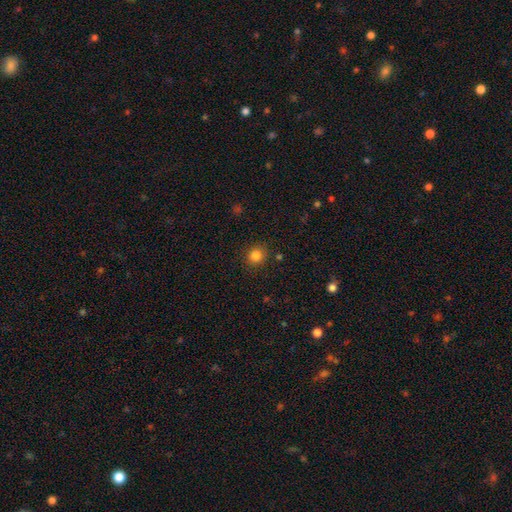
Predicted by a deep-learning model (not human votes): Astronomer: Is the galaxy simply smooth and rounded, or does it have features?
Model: smooth — 84%.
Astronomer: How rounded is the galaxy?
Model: round — 79%.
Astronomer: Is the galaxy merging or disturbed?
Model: none — 87%.